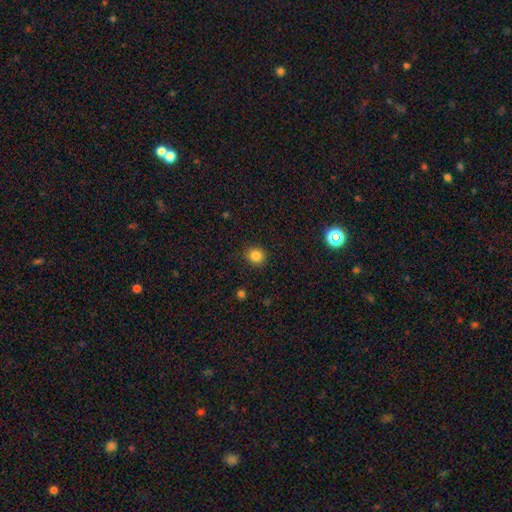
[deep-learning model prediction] The model was most divided on "smooth or featured": smooth: 83%, star or artifact: 12%, featured or disk: 5%. More confident: merging — none (90%); how rounded — round (87%).